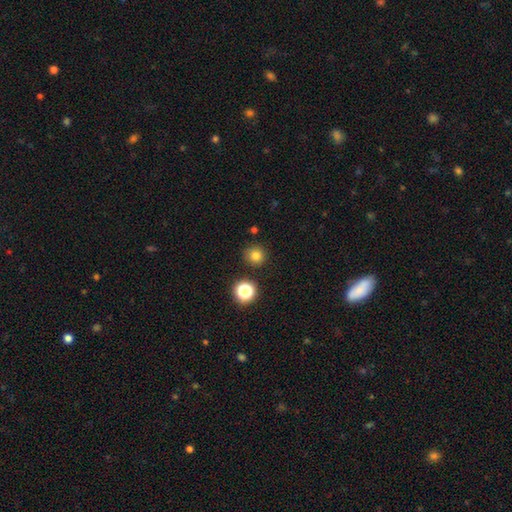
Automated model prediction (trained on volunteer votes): smooth-or-featured: smooth: 78% | star or artifact: 16% | featured or disk: 6%
  how-rounded: round: 93% | in between: 6% | cigar-shaped: 1%
  merging: none: 88% | minor disturbance: 7% | merger: 3% | major disturbance: 2%